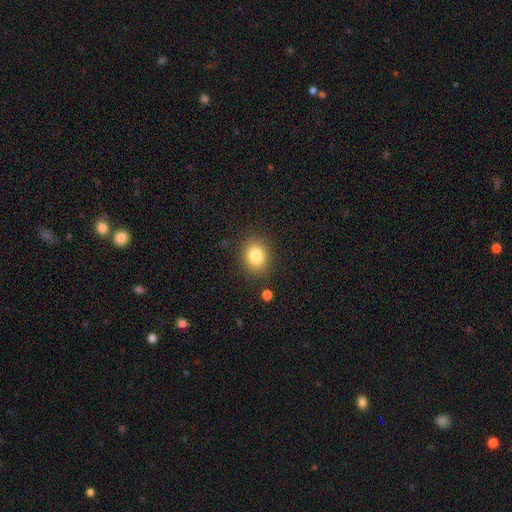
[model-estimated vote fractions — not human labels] Morphology: type=smooth (82%); roundness=round (64%); merging=none (86%).